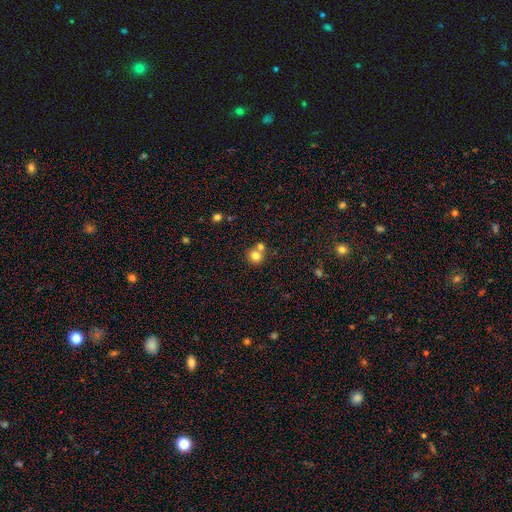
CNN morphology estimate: smooth_or_featured: smooth (p=0.79) [alt: star or artifact p=0.12]
how_rounded: round (p=0.85) [alt: in between p=0.14]
merging: none (p=0.50) [alt: merger p=0.40]